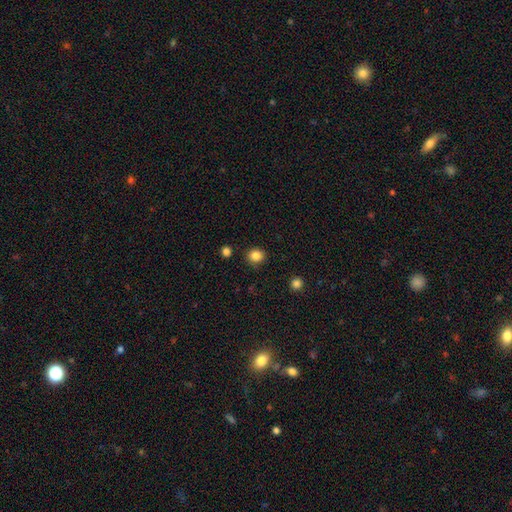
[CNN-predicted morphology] Smooth or featured? smooth (85%)
How rounded? round (83%)
Merging? none (89%)